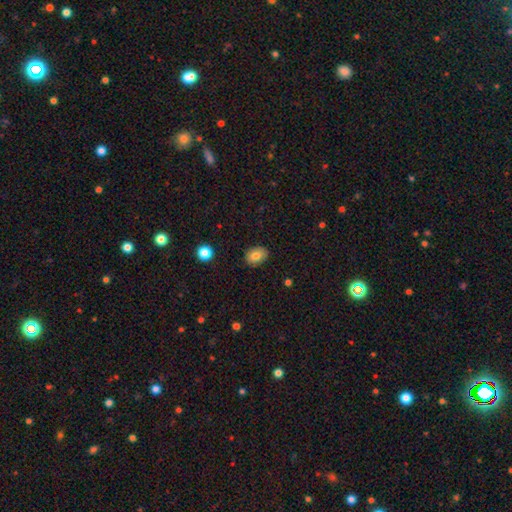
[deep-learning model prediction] Smooth or featured: smooth — 79% (featured or disk — 12%)
How rounded: in between — 74% (round — 25%)
Merging: none — 86% (minor disturbance — 10%)